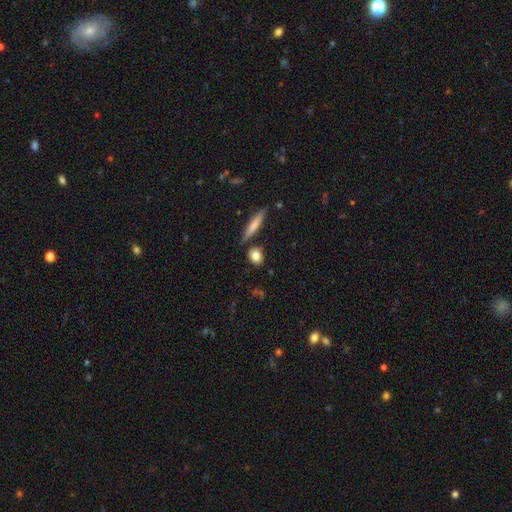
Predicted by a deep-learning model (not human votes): Q: Smooth or featured?
A: smooth (80%); runner-up: featured or disk (11%)
Q: How rounded?
A: round (46%); runner-up: in between (44%)
Q: Merging?
A: none (76%); runner-up: minor disturbance (12%)